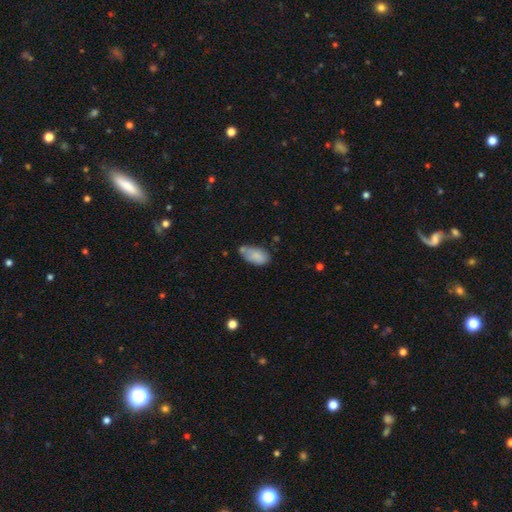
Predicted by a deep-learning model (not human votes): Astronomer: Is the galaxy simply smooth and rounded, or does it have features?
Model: smooth — 80%.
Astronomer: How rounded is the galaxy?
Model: in between — 93%.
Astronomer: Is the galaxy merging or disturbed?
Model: none — 47% (runner-up: minor disturbance, 31%).